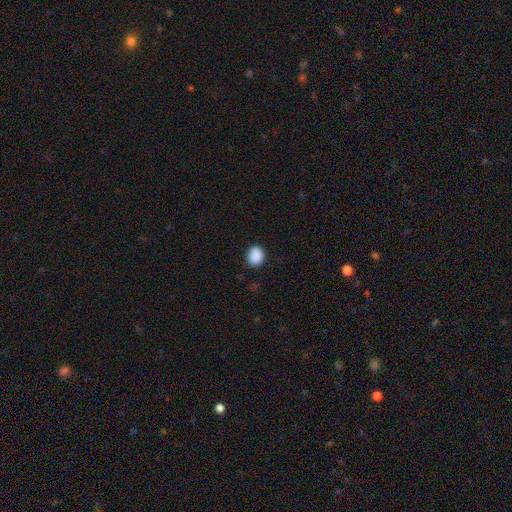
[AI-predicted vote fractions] This appears to be a smooth galaxy with no disk features (89%) that is round (55%). Merging: none (87%).